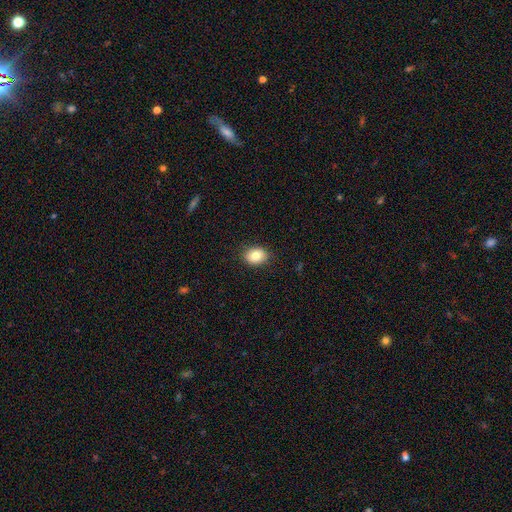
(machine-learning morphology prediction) Smooth or featured: smooth — 82% (featured or disk — 9%)
How rounded: in between — 62% (round — 37%)
Merging: none — 88% (minor disturbance — 9%)